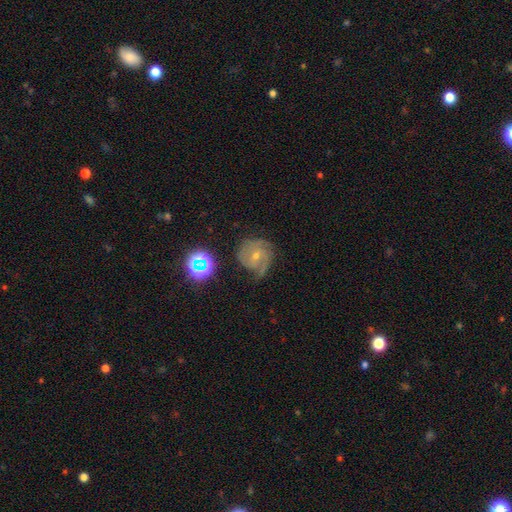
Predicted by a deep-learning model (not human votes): Smooth or featured? Predicted: featured or disk (p=0.72). Edge-on disk? Predicted: no (p=0.98). Bar? Predicted: no (p=0.63). Spiral arms? Predicted: yes (p=0.93). Spiral winding? Predicted: tight (p=0.46). Spiral arm count? Predicted: 3 (p=0.30). Bulge size? Predicted: small (p=0.61). Merging? Predicted: none (p=0.55).